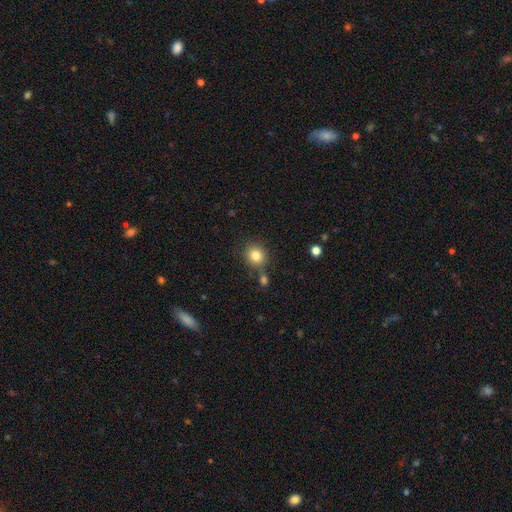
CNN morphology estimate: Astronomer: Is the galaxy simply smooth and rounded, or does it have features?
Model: smooth — 83%.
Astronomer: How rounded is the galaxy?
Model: round — 83%.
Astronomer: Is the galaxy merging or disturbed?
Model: none — 75%.